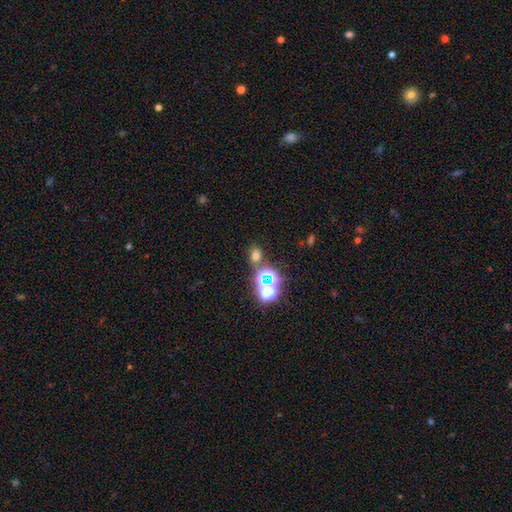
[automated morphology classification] Q: Smooth or featured?
A: smooth (58%); runner-up: star or artifact (35%)
Q: How rounded?
A: round (50%); runner-up: in between (48%)
Q: Merging?
A: none (73%); runner-up: merger (12%)